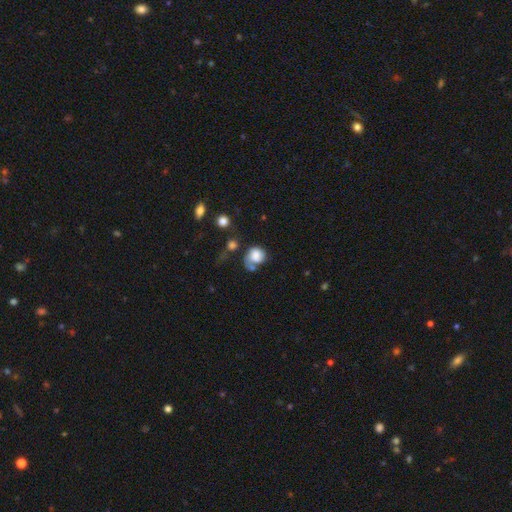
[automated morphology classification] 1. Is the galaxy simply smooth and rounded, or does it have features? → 73% smooth, 18% featured or disk, 10% star or artifact.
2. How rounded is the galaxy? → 64% round, 35% in between, 1% cigar-shaped.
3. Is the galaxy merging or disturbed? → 32% none, 25% major disturbance, 22% minor disturbance, 21% merger.